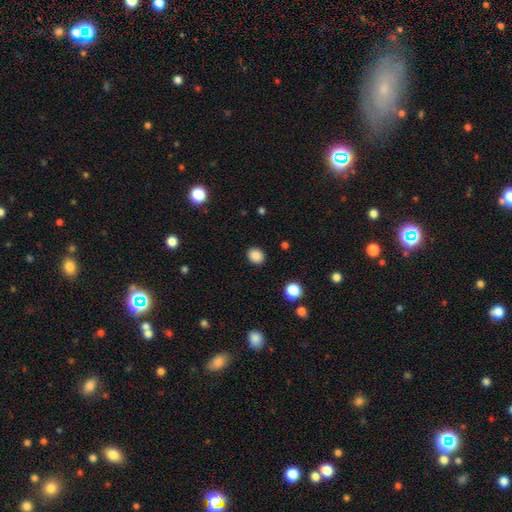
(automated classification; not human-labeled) smooth_or_featured: smooth (p=0.86) [alt: star or artifact p=0.10]
how_rounded: round (p=0.61) [alt: in between p=0.38]
merging: none (p=0.89) [alt: minor disturbance p=0.07]